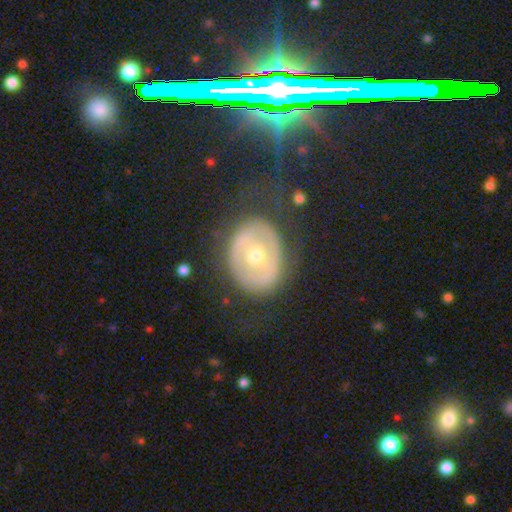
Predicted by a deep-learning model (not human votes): smooth-or-featured: featured or disk: 59% | smooth: 32% | star or artifact: 8%
  disk-edge-on: no: 94% | yes: 6%
    bar: no: 67% | weak: 21% | strong: 12%
    has-spiral-arms: no: 75% | yes: 25%
    bulge-size: moderate: 60% | small: 36% | large: 2% | dominant: 1% | none: 1%
  merging: none: 78% | minor disturbance: 14% | major disturbance: 7% | merger: 2%